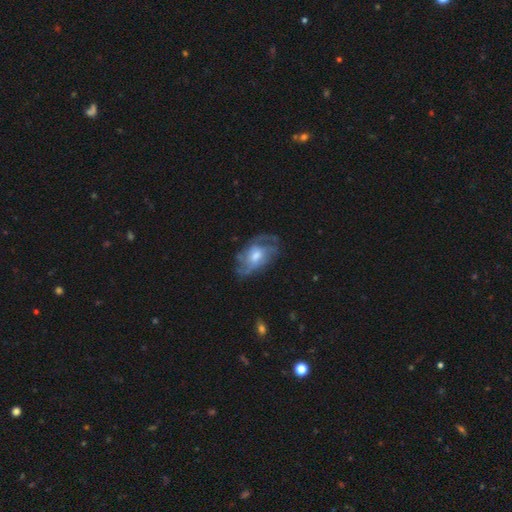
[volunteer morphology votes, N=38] featured or disk 76%, smooth 18%, star or artifact 5%. Down the decision tree: edge-on disk — no (100%); bar — no (59%); spiral arms — yes (93%); spiral arm count — 2 (33%); spiral winding — medium (56%); bulge size — moderate (69%); merging — none (67%).